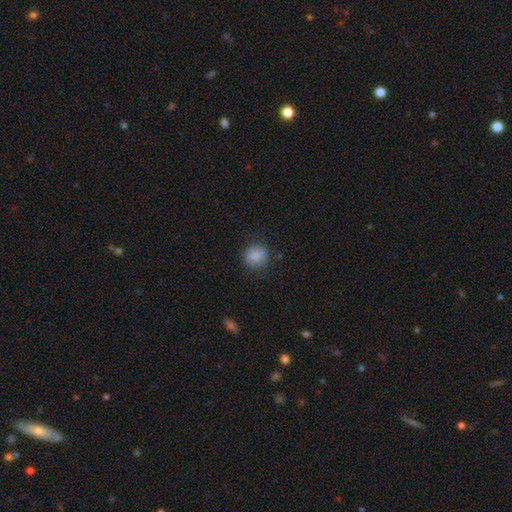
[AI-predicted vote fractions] smooth-or-featured: smooth: 84% | star or artifact: 9% | featured or disk: 7%
  how-rounded: round: 83% | in between: 16% | cigar-shaped: 1%
  merging: none: 79% | minor disturbance: 15% | major disturbance: 4% | merger: 1%